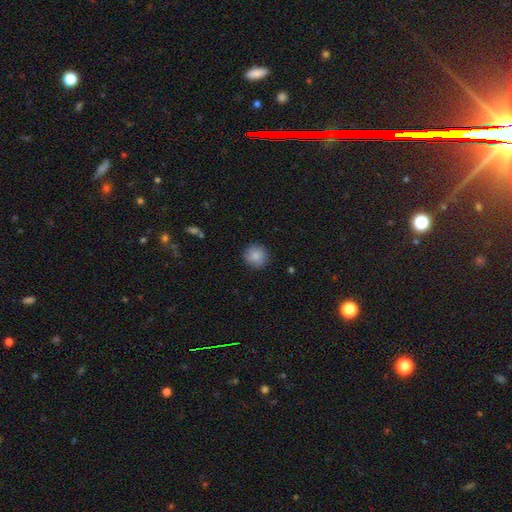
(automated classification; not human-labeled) Smooth or featured?
  - smooth: 86% *
  - star or artifact: 8%
  - featured or disk: 6%
How rounded?
  - round: 93% *
  - in between: 6%
  - cigar-shaped: 1%
Merging?
  - none: 88% *
  - minor disturbance: 9%
  - major disturbance: 2%
  - merger: 1%